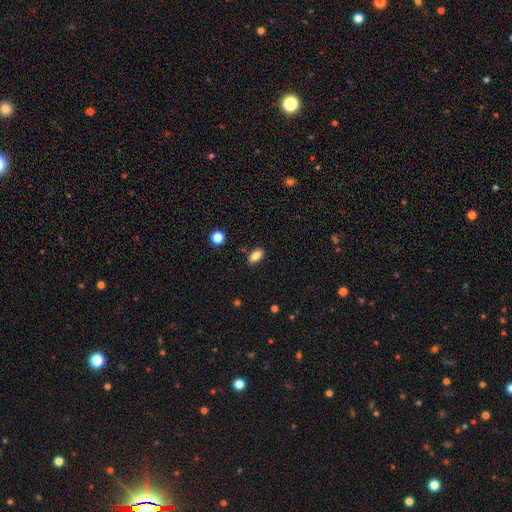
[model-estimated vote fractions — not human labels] Morphology: type=smooth (84%); roundness=in between (90%); merging=none (87%).